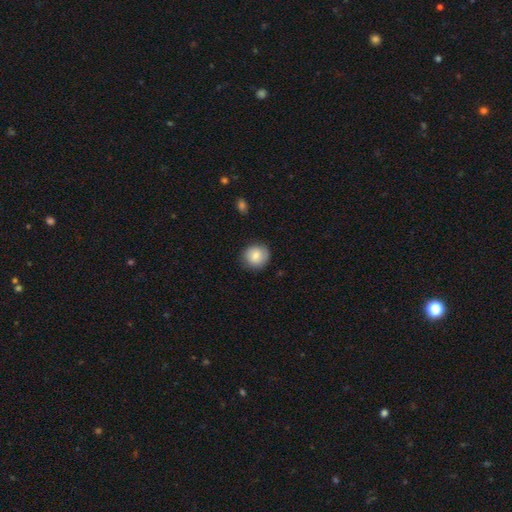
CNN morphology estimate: Smooth or featured? smooth (83%)
How rounded? round (86%)
Merging? none (84%)